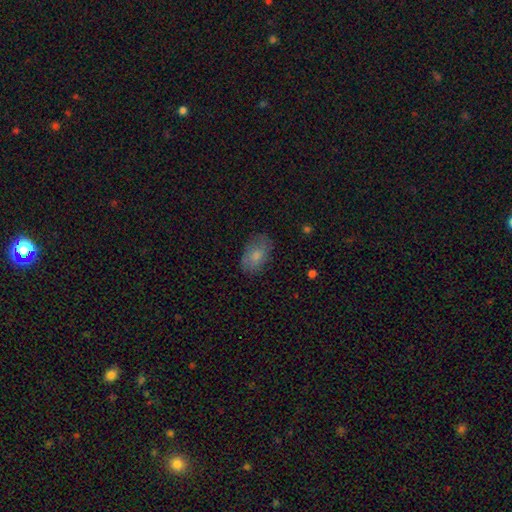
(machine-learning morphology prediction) Smooth or featured? smooth (76%)
How rounded? in between (90%)
Merging? none (76%)